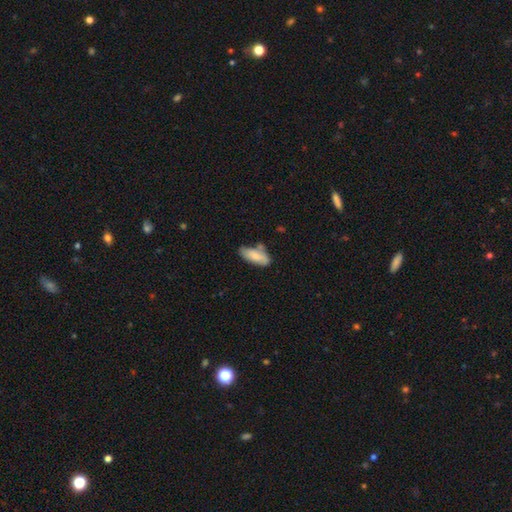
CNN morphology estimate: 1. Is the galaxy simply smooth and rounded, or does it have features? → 75% smooth, 18% featured or disk, 6% star or artifact.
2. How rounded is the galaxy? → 80% in between, 18% cigar-shaped, 2% round.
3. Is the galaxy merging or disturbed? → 55% none, 27% minor disturbance, 12% merger, 6% major disturbance.